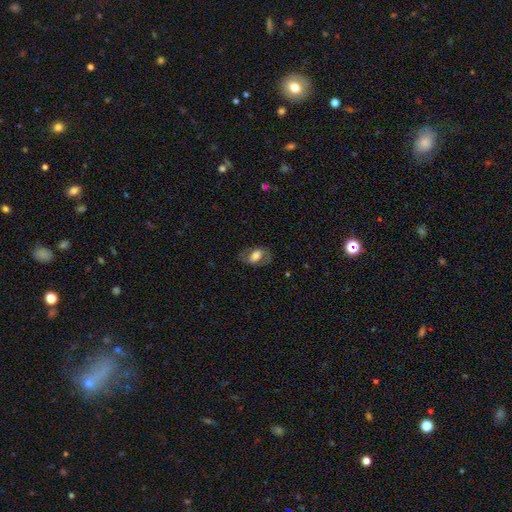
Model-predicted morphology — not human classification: smooth_or_featured: smooth (p=0.54) [alt: featured or disk p=0.39]
how_rounded: in between (p=0.87) [alt: round p=0.10]
merging: none (p=0.69) [alt: minor disturbance p=0.17]